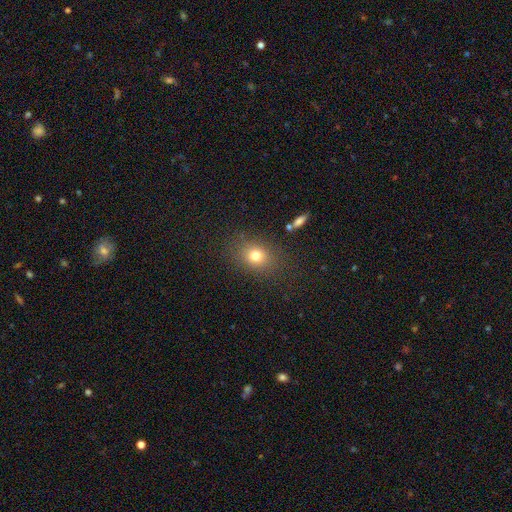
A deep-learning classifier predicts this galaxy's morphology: Smooth or featured? smooth (77%)
How rounded? round (52%)
Merging? none (83%)